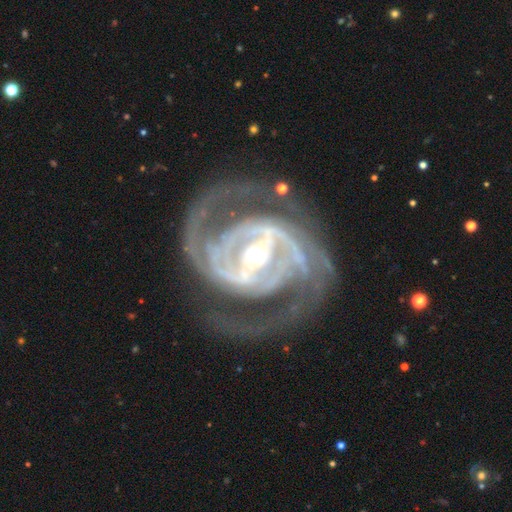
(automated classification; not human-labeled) smooth_or_featured: featured or disk (p=0.92) [alt: star or artifact p=0.04]
disk_edge_on: no (p=0.97) [alt: yes p=0.03]
bar: strong (p=0.67) [alt: weak p=0.24]
has_spiral_arms: yes (p=0.97) [alt: no p=0.03]
spiral_winding: tight (p=0.47) [alt: medium p=0.44]
spiral_arm_count: 2 (p=0.69) [alt: 3 p=0.11]
bulge_size: moderate (p=0.54) [alt: small p=0.38]
merging: none (p=0.71) [alt: minor disturbance p=0.14]